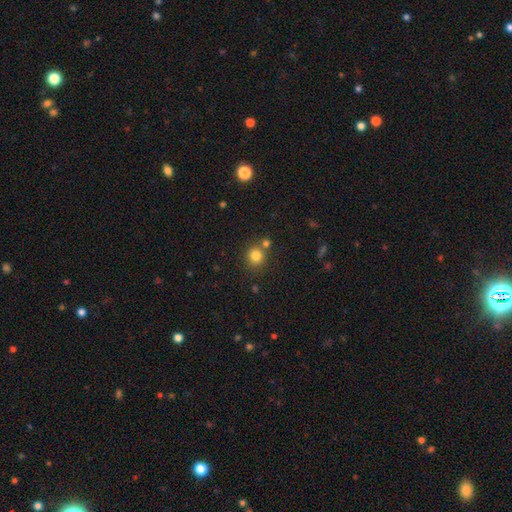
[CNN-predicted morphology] Smooth or featured? Predicted: smooth (p=0.80). How rounded? Predicted: round (p=0.87). Merging? Predicted: none (p=0.72).